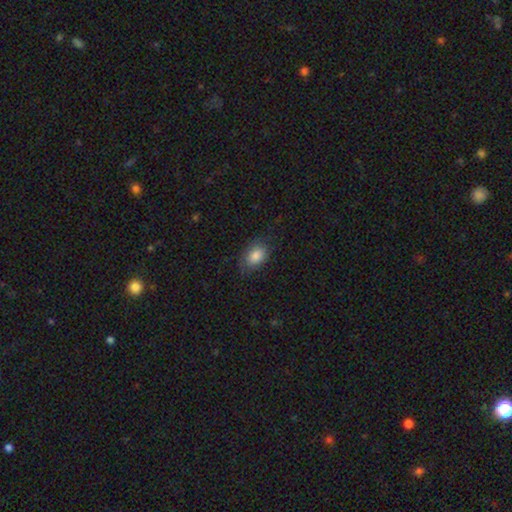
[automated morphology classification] The model was most divided on "merging": none: 74%, minor disturbance: 19%, major disturbance: 6%, merger: 1%. More confident: how rounded — in between (84%); smooth or featured — smooth (84%).